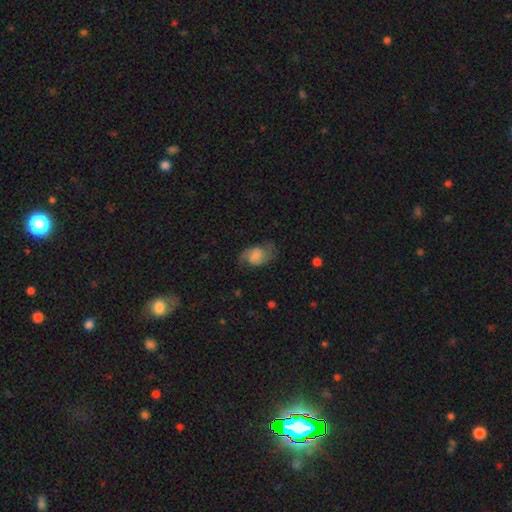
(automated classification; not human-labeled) Smooth or featured: featured or disk — 55% (smooth — 36%)
Edge-on disk: no — 97% (yes — 3%)
Bar: no — 50% (weak — 40%)
Spiral arms: yes — 90% (no — 10%)
Bulge size: none — 41% (small — 22%)
Merging: none — 64% (minor disturbance — 22%)